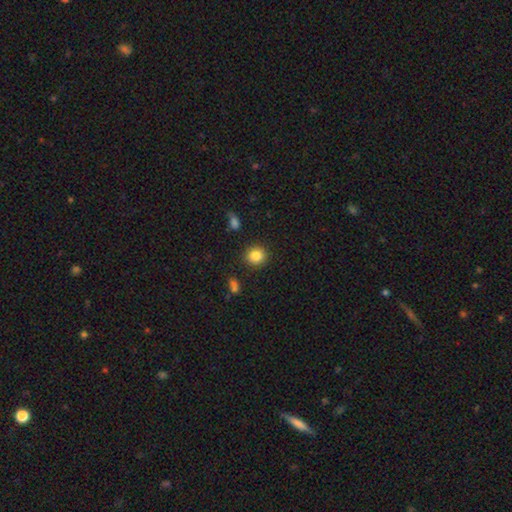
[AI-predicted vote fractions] smooth-or-featured: smooth: 85% | star or artifact: 9% | featured or disk: 6%
  how-rounded: round: 83% | in between: 16% | cigar-shaped: 1%
  merging: none: 89% | minor disturbance: 7% | major disturbance: 2% | merger: 2%